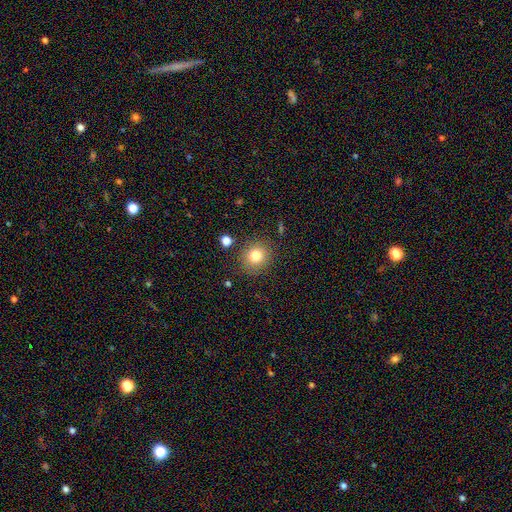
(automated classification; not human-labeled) This appears to be a smooth galaxy with no disk features (80%) that is round (83%). Merging: none (85%).